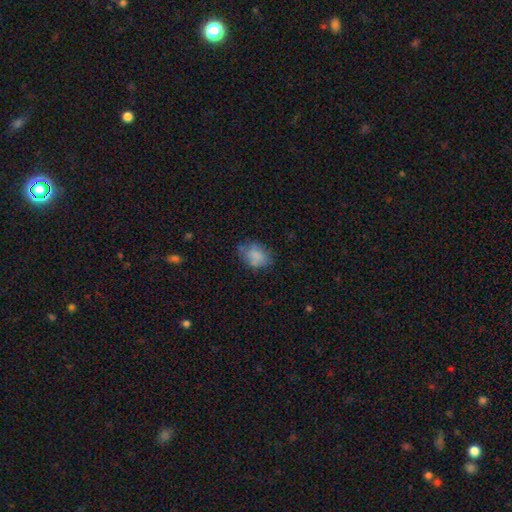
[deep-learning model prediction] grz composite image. It shows a smooth galaxy with no disk features (77%) that is in between round and cigar-shaped (70%). Merging: none (61%).